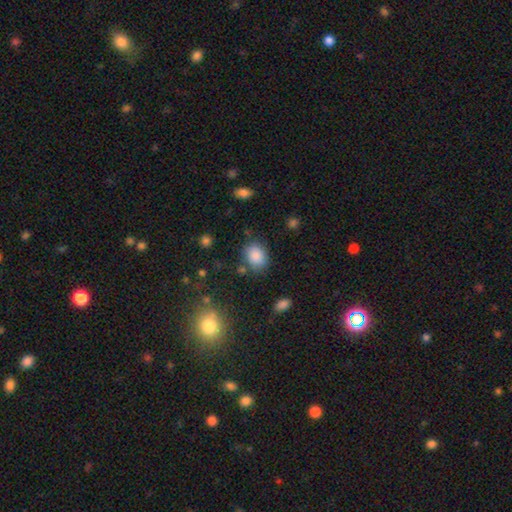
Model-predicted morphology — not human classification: Overall: smooth (86%). How rounded: in between (64%; round 35%). Merging: none (76%).